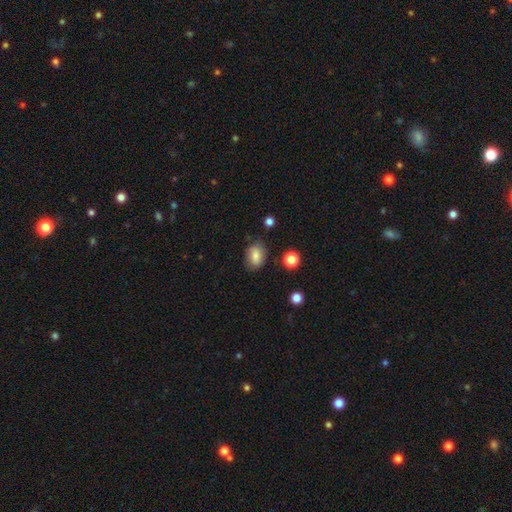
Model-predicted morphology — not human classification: smooth_or_featured: smooth (p=0.77) [alt: featured or disk p=0.14]
how_rounded: in between (p=0.77) [alt: round p=0.21]
merging: none (p=0.73) [alt: minor disturbance p=0.20]